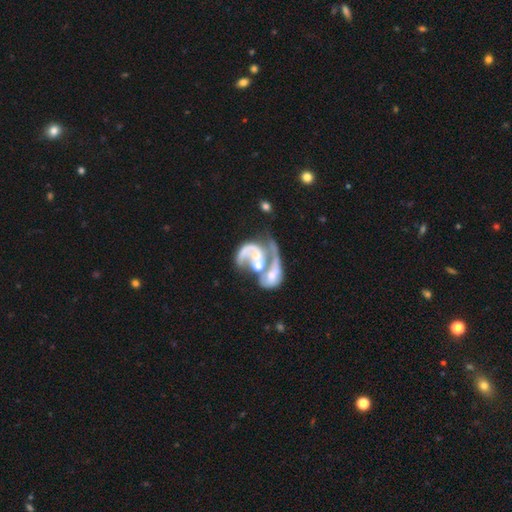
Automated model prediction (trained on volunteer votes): This appears to be a featured or disk galaxy (79%) with no bar (68%), 1 (47%) loose (46%) spiral arms (76%) and a moderate central bulge (51%). Merging: merger (70%).